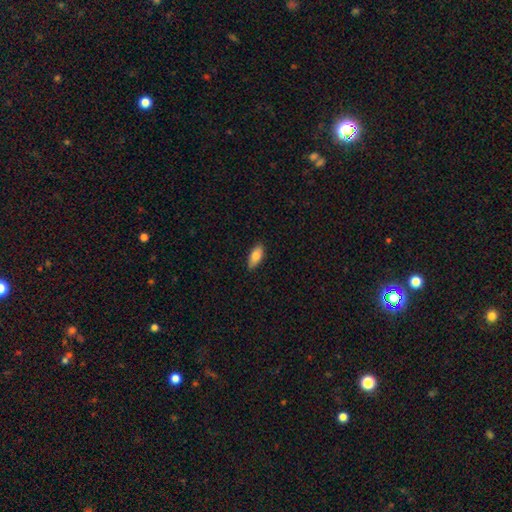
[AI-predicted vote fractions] Morphology: type=smooth (82%); roundness=in between (83%); merging=none (86%).